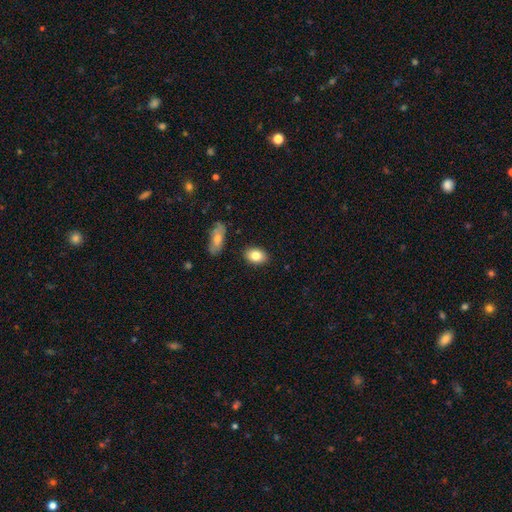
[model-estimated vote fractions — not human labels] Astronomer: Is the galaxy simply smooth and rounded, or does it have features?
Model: smooth — 82%.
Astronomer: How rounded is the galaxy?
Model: in between — 82%.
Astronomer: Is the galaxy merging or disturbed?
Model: none — 86%.